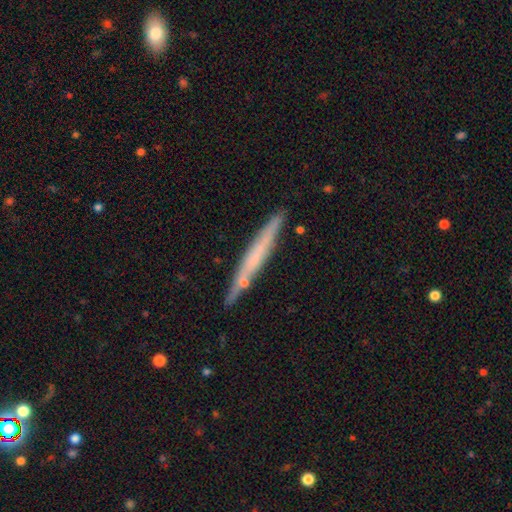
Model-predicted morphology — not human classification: Q: Smooth or featured?
A: smooth (47%); runner-up: featured or disk (46%)
Q: Merging?
A: none (84%); runner-up: minor disturbance (11%)